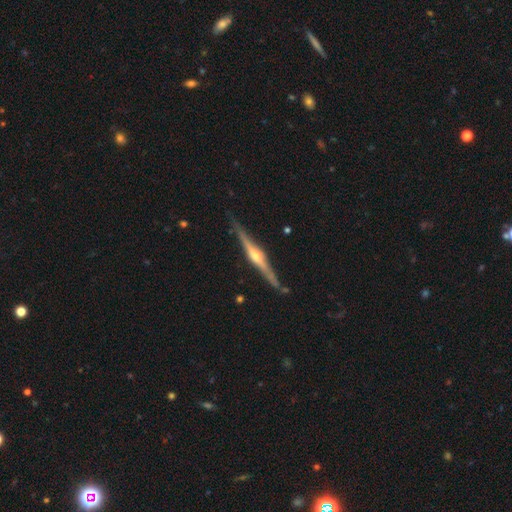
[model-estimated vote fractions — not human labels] Smooth or featured: featured or disk — 83% (smooth — 12%)
Edge-on disk: yes — 98% (no — 2%)
Edge-on bulge: rounded — 89% (boxy — 6%)
Merging: none — 84% (minor disturbance — 12%)